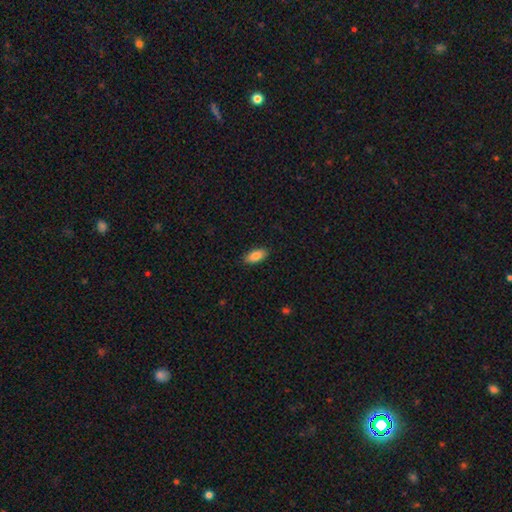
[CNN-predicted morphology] Overall: smooth (85%). How rounded: in between (88%). Merging: none (88%).